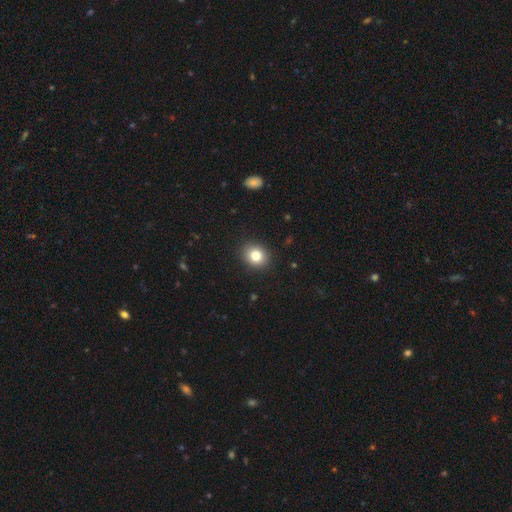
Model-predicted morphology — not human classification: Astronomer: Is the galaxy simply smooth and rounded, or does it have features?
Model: smooth — 81%.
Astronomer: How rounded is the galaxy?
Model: round — 69%.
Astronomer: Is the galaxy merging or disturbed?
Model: none — 90%.